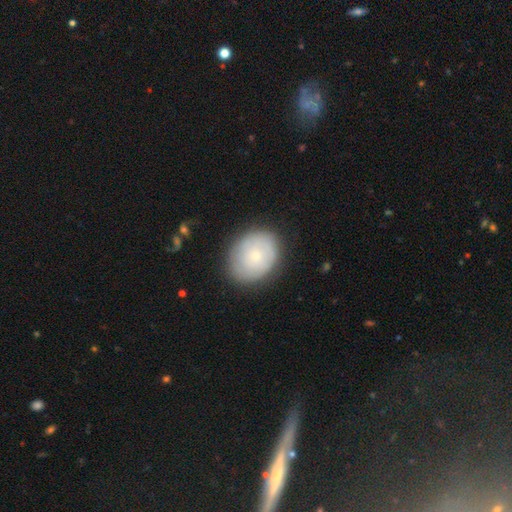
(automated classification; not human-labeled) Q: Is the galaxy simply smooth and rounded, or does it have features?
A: smooth — 68%.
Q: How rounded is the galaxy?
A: in between — 50%.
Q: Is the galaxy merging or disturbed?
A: none — 81%.